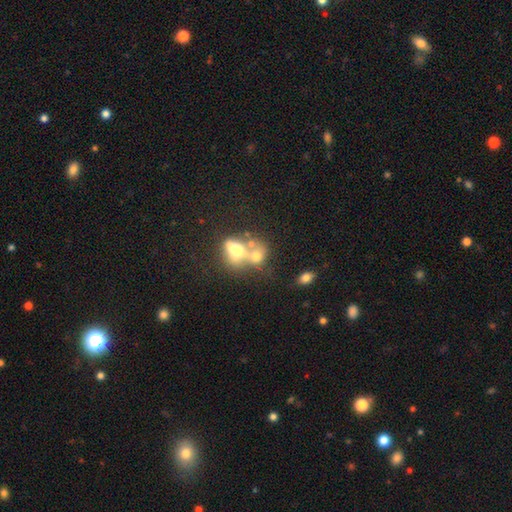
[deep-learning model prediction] smooth-or-featured: smooth: 59% | featured or disk: 28% | star or artifact: 12%
  how-rounded: in between: 61% | round: 36% | cigar-shaped: 3%
  merging: merger: 67% | none: 17% | major disturbance: 8% | minor disturbance: 7%